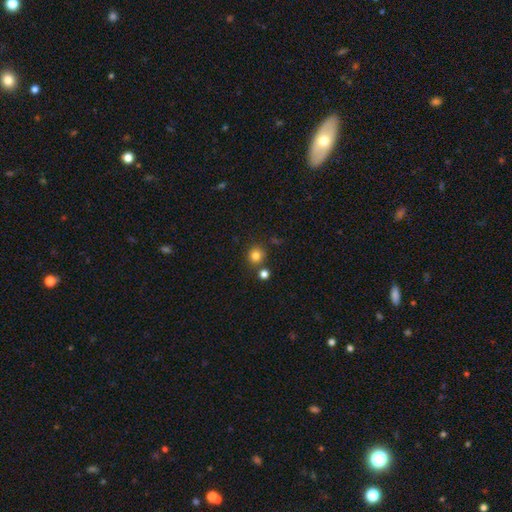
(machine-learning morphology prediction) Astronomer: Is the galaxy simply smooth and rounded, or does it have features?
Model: smooth — 81%.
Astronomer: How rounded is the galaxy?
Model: round — 91%.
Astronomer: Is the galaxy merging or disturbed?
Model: none — 79%.